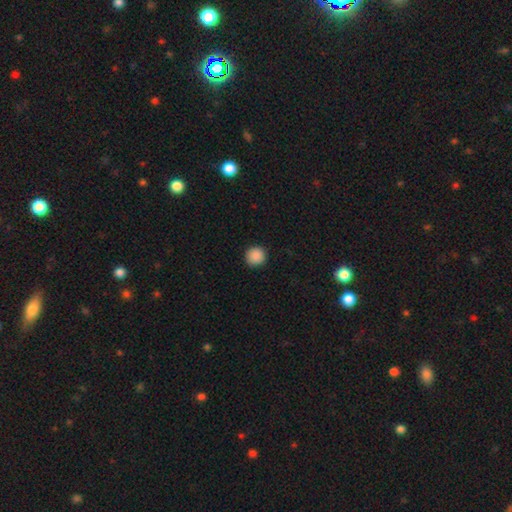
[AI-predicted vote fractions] This is clearly a smooth galaxy (89%). How rounded: clearly round (94%). Merging: clearly none (91%).